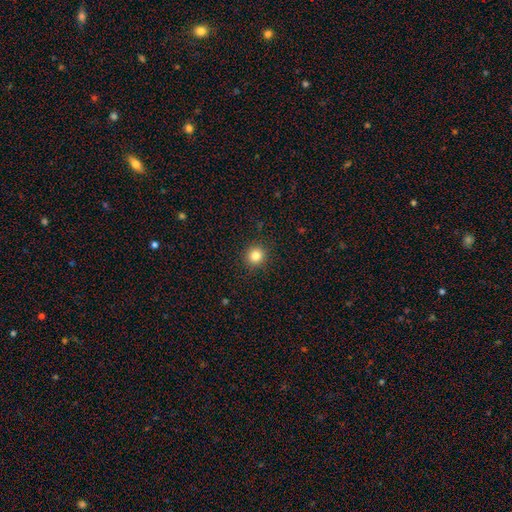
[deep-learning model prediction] Smooth or featured?
  - smooth: 83% *
  - star or artifact: 12%
  - featured or disk: 5%
How rounded?
  - round: 93% *
  - in between: 6%
  - cigar-shaped: 1%
Merging?
  - none: 92% *
  - minor disturbance: 5%
  - major disturbance: 2%
  - merger: 1%